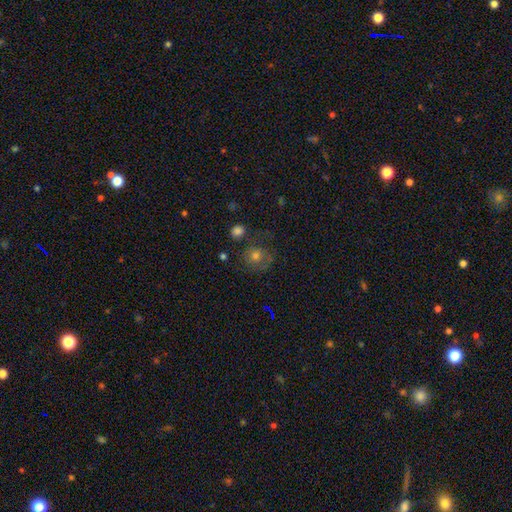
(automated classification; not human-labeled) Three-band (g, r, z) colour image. It shows a smooth galaxy with no disk features (52%) that is round (82%). Merging: none (64%).